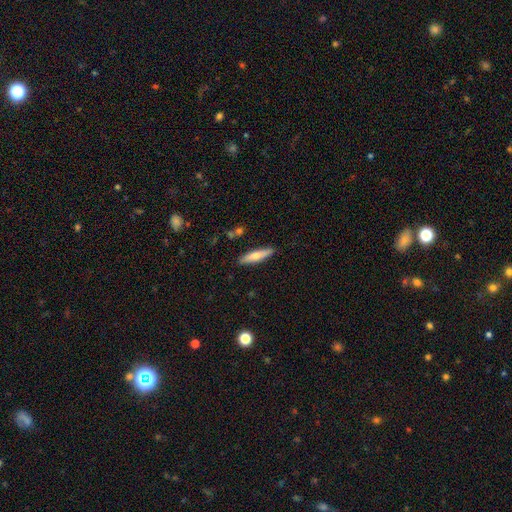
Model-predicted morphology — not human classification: A smooth galaxy with no disk features (62%) that is cigar-shaped (78%).

Vote fractions:
- Smooth or featured? smooth: 62% / featured or disk: 32% / star or artifact: 6%
- How rounded? cigar-shaped: 78% / in between: 21% / round: 2%
- Merging? none: 87% / minor disturbance: 9% / merger: 2% / major disturbance: 2%